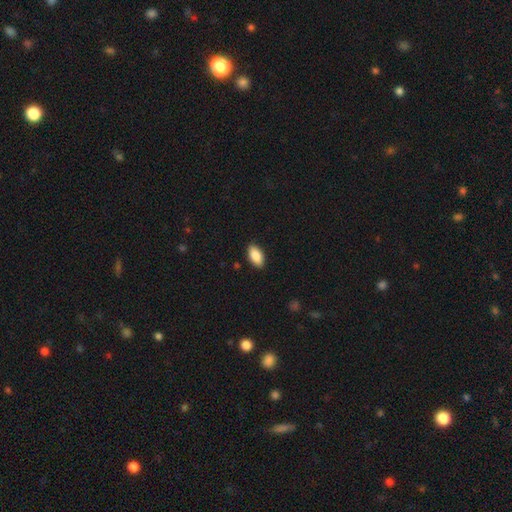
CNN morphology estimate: smooth_or_featured: smooth (p=0.87) [alt: star or artifact p=0.06]
how_rounded: in between (p=0.93) [alt: cigar-shaped p=0.04]
merging: none (p=0.88) [alt: minor disturbance p=0.09]